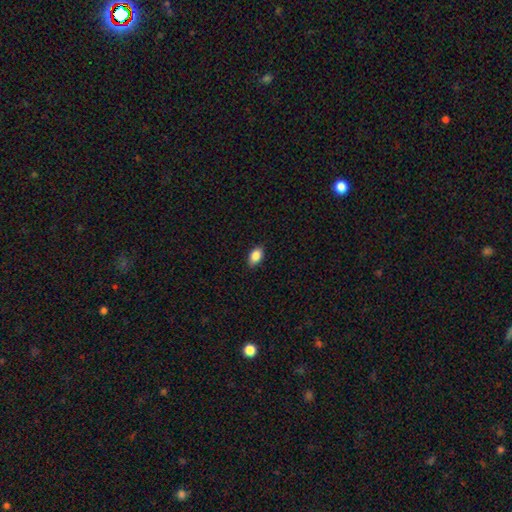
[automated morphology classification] The model was most divided on "merging": none: 86%, minor disturbance: 11%, major disturbance: 2%, merger: 1%. More confident: how rounded — in between (89%); smooth or featured — smooth (86%).